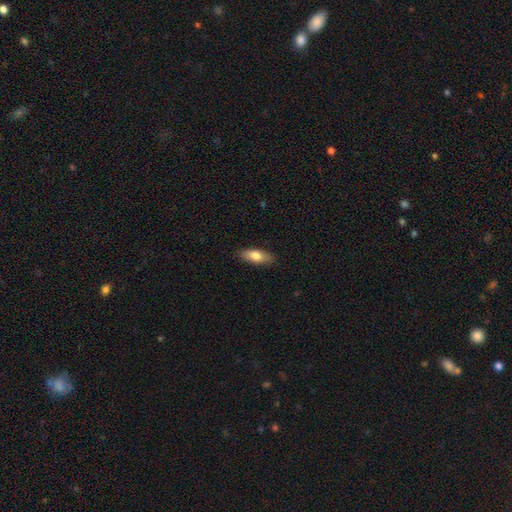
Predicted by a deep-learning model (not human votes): Morphology: type=smooth (75%); roundness=in between (70%); merging=none (88%).